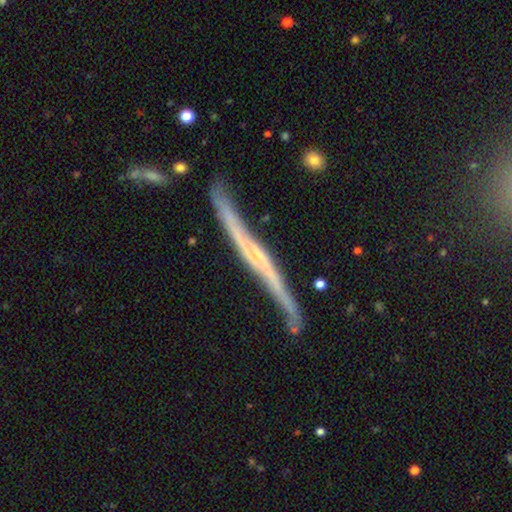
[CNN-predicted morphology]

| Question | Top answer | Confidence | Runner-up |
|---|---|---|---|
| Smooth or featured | featured or disk | 81% | smooth (13%) |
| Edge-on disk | yes | 85% | no (15%) |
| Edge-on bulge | none | 46% | rounded (43%) |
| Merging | none | 63% | minor disturbance (25%) |